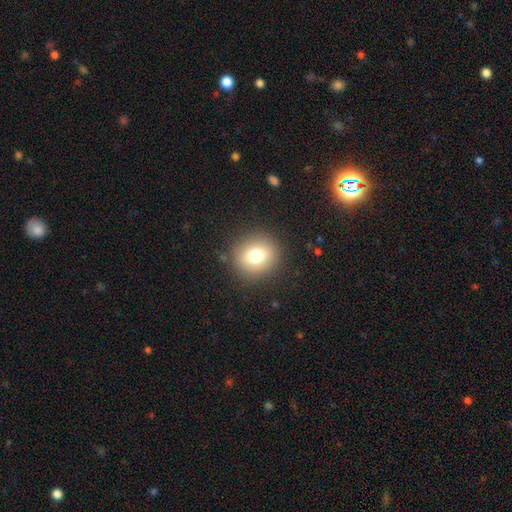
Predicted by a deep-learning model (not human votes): Q: Smooth or featured?
A: smooth (75%); runner-up: featured or disk (12%)
Q: How rounded?
A: round (85%); runner-up: in between (14%)
Q: Merging?
A: none (88%); runner-up: minor disturbance (7%)